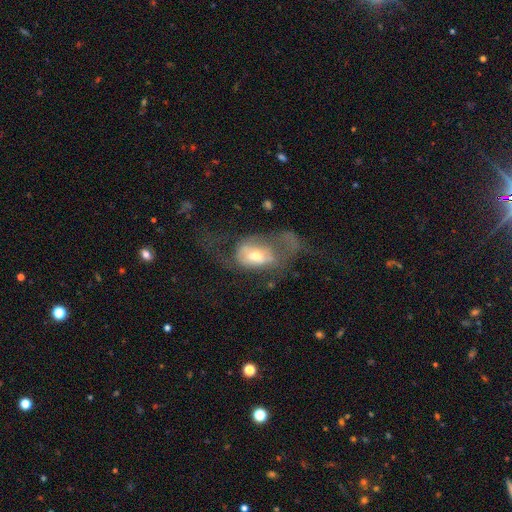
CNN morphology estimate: This appears to be a featured or disk galaxy (48%). Merging: major disturbance (62%).